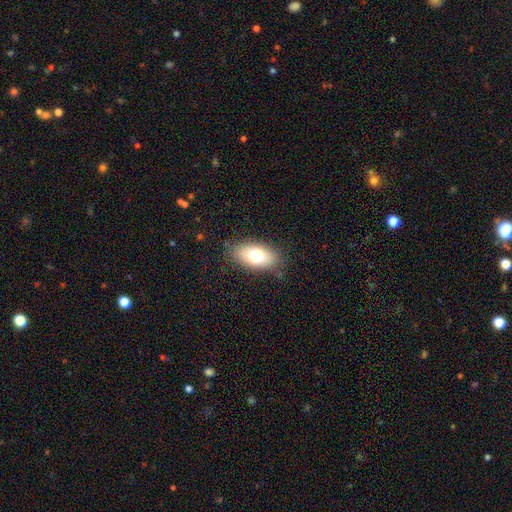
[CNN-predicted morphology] Smooth or featured? Predicted: smooth (p=0.73). How rounded? Predicted: in between (p=0.90). Merging? Predicted: none (p=0.82).